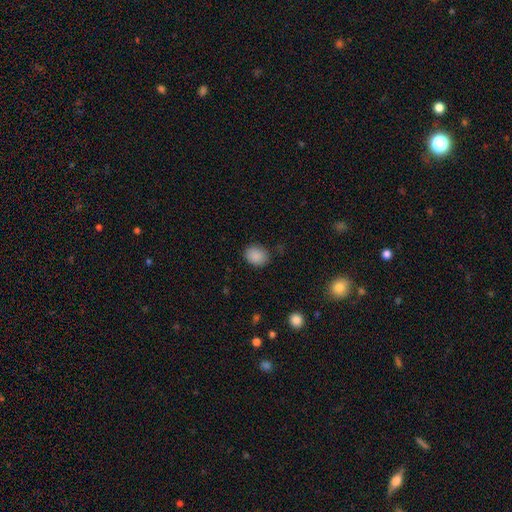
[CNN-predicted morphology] Q: Smooth or featured?
A: smooth (88%); runner-up: star or artifact (9%)
Q: How rounded?
A: round (52%); runner-up: in between (47%)
Q: Merging?
A: none (81%); runner-up: minor disturbance (15%)